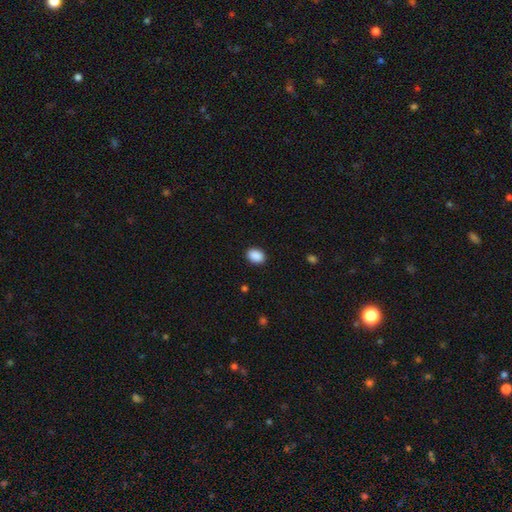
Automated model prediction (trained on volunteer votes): Morphology: type=smooth (90%); roundness=in between (72%); merging=none (89%).